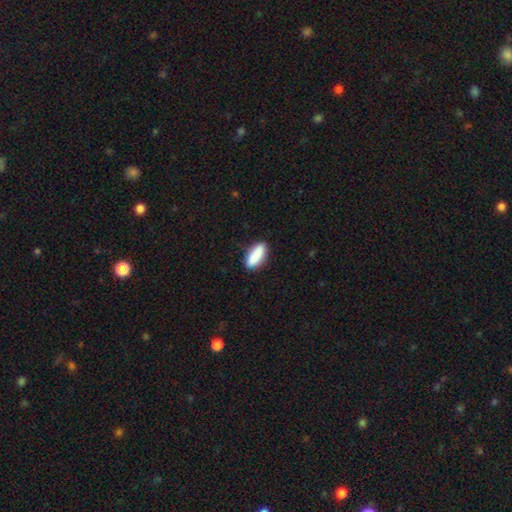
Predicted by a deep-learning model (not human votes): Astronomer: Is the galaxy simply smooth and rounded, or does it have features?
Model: smooth — 86%.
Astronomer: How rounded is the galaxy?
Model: in between — 60% (runner-up: cigar-shaped, 37%).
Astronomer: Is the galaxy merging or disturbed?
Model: none — 86%.